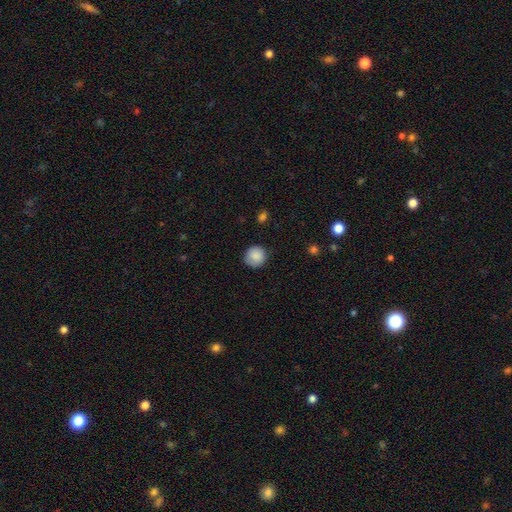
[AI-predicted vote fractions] Q: Smooth or featured?
A: smooth (87%); runner-up: star or artifact (8%)
Q: How rounded?
A: round (92%); runner-up: in between (7%)
Q: Merging?
A: none (84%); runner-up: minor disturbance (12%)